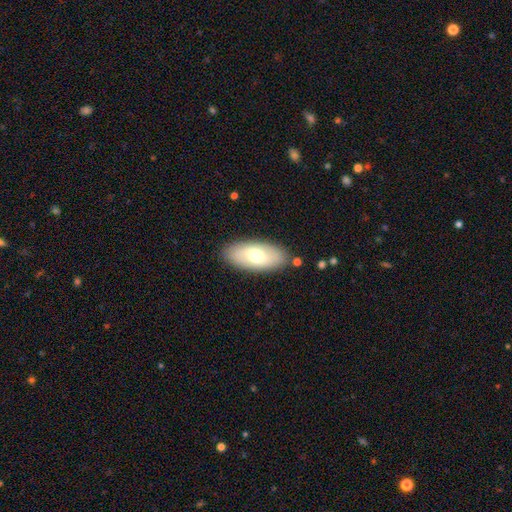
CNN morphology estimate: This appears to be a smooth galaxy with no disk features (62%) that is in between round and cigar-shaped (90%). Merging: none (86%).